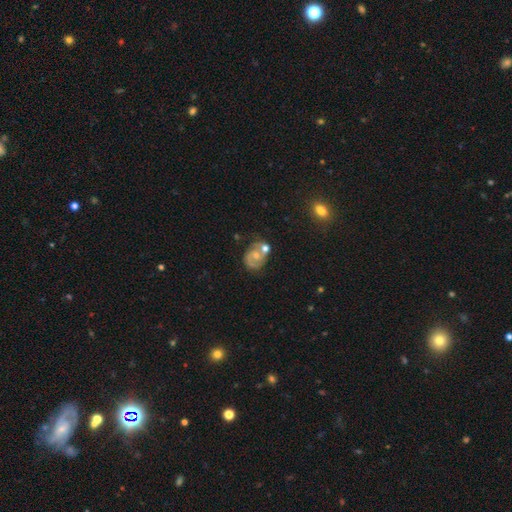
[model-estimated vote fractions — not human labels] smooth_or_featured: featured or disk (p=0.78) [alt: smooth p=0.15]
disk_edge_on: no (p=0.98) [alt: yes p=0.02]
bar: no (p=0.60) [alt: weak p=0.34]
has_spiral_arms: yes (p=0.92) [alt: no p=0.08]
spiral_winding: medium (p=0.47) [alt: tight p=0.39]
spiral_arm_count: 2 (p=0.79) [alt: 1 p=0.08]
bulge_size: moderate (p=0.46) [alt: small p=0.44]
merging: none (p=0.51) [alt: merger p=0.22]